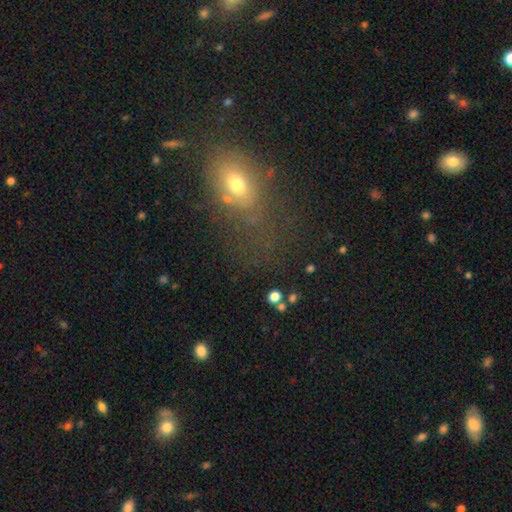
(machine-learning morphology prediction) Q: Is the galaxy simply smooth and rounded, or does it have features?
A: smooth — 53%.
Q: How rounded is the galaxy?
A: in between — 65%.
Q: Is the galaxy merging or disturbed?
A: none — 52%.